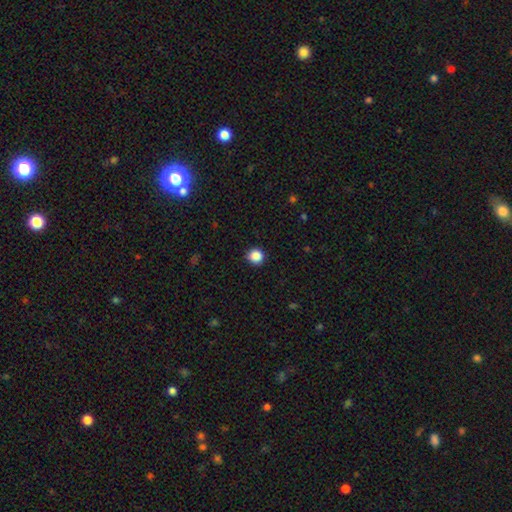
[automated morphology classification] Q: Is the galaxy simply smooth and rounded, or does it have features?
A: smooth — 87%.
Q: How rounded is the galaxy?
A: round — 92%.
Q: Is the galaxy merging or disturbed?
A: none — 91%.